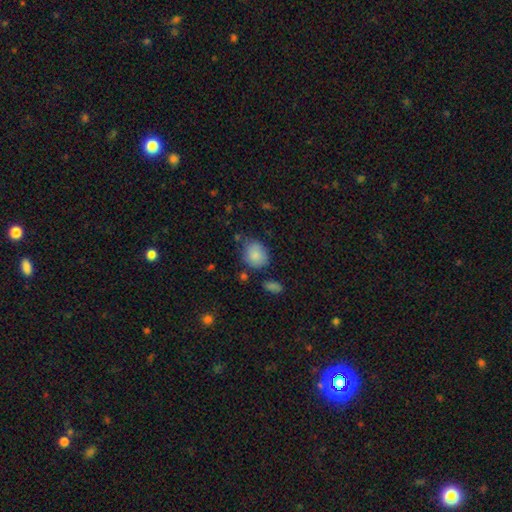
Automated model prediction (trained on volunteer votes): The model was most divided on "how rounded": round: 59%, in between: 40%, cigar-shaped: 1%. More confident: smooth or featured — smooth (85%); merging — none (67%).